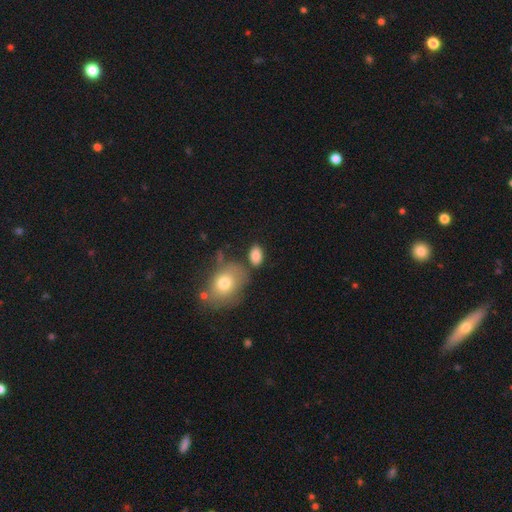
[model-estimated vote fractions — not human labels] This is clearly a smooth galaxy (85%). How rounded: clearly in between (87%). Merging: likely none (67%).